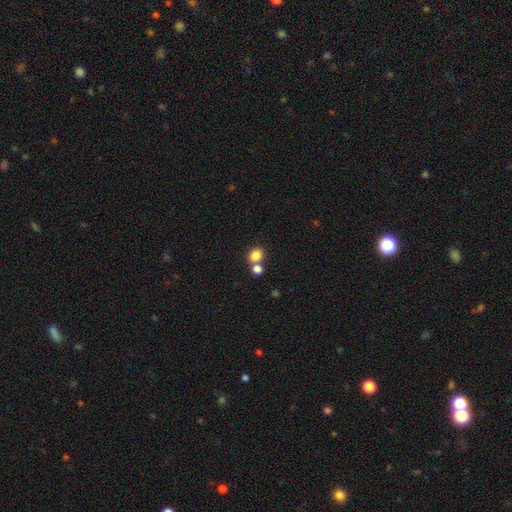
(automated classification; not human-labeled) Smooth or featured?
  - smooth: 83% *
  - star or artifact: 11%
  - featured or disk: 6%
How rounded?
  - round: 65% *
  - in between: 34%
  - cigar-shaped: 1%
Merging?
  - none: 53% *
  - merger: 36%
  - minor disturbance: 8%
  - major disturbance: 3%